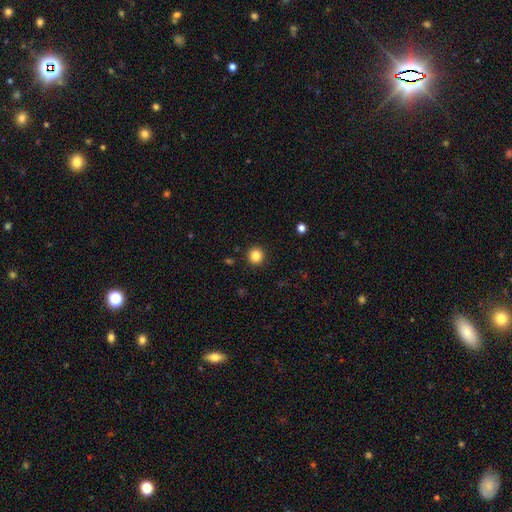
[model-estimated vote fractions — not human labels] smooth_or_featured: smooth (p=0.84) [alt: star or artifact p=0.11]
how_rounded: round (p=0.95) [alt: in between p=0.04]
merging: none (p=0.92) [alt: minor disturbance p=0.05]